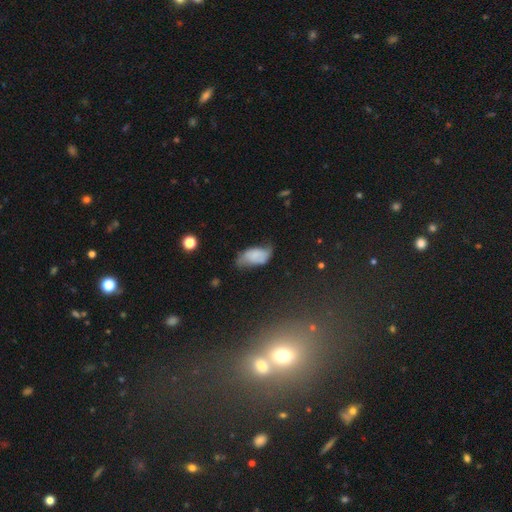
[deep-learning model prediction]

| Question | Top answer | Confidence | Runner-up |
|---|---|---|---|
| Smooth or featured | smooth | 62% | featured or disk (28%) |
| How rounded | in between | 93% | round (4%) |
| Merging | minor disturbance | 43% | none (36%) |